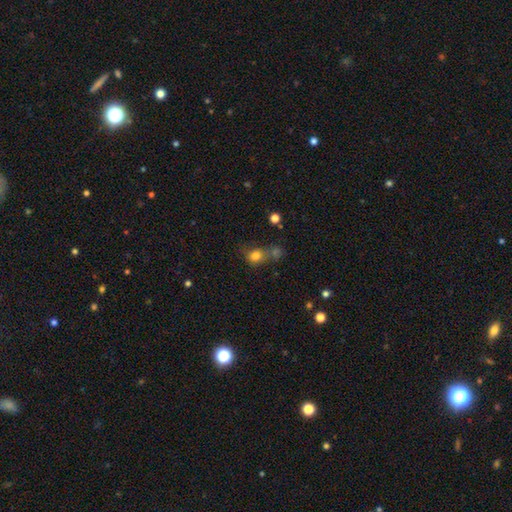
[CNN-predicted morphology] Smooth or featured? Predicted: smooth (p=0.78). How rounded? Predicted: round (p=0.70). Merging? Predicted: none (p=0.44).